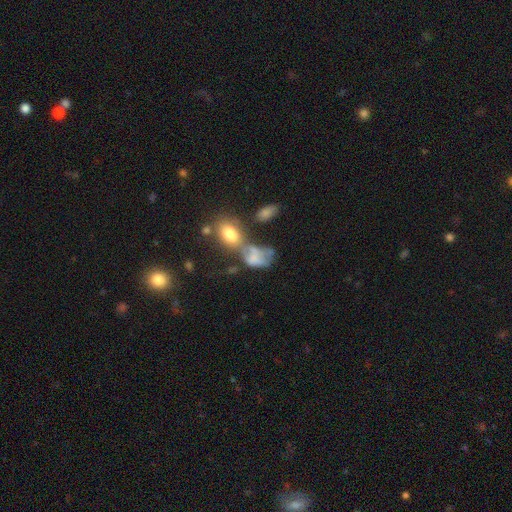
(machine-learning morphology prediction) smooth 57%, featured or disk 30%, star or artifact 13%. Down the decision tree: how rounded — in between (82%); merging — merger (47%).